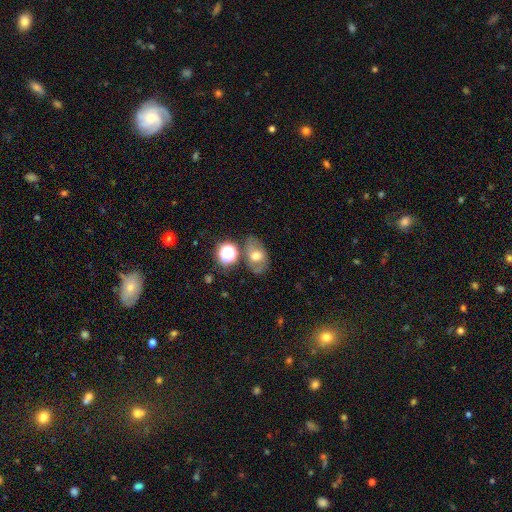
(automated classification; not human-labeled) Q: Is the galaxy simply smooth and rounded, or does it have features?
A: smooth — 49%.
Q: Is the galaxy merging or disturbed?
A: none — 64%.